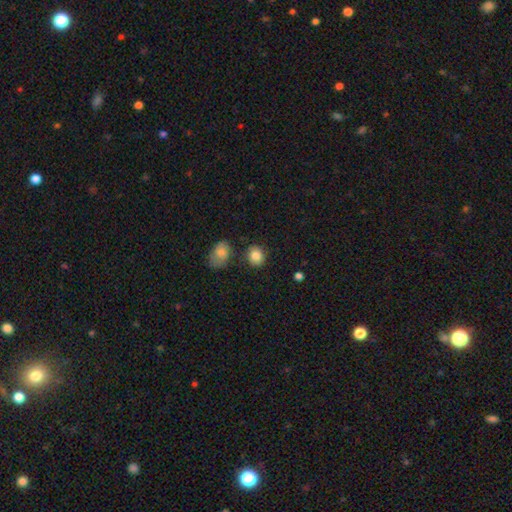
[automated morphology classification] Q: Smooth or featured?
A: smooth (85%); runner-up: star or artifact (9%)
Q: How rounded?
A: round (67%); runner-up: in between (32%)
Q: Merging?
A: none (79%); runner-up: minor disturbance (12%)